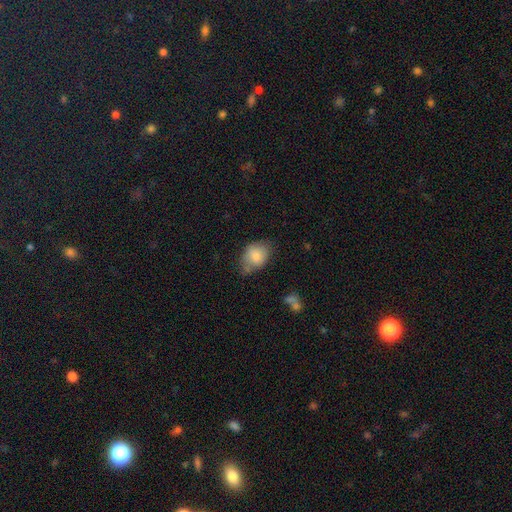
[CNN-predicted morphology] smooth_or_featured: smooth (p=0.79) [alt: featured or disk p=0.14]
how_rounded: in between (p=0.66) [alt: round p=0.33]
merging: none (p=0.52) [alt: minor disturbance p=0.34]